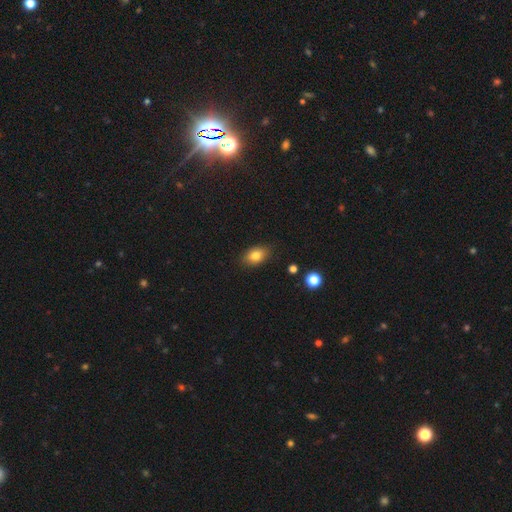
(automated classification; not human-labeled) Morphology: type=smooth (81%); roundness=in between (81%); merging=none (84%).